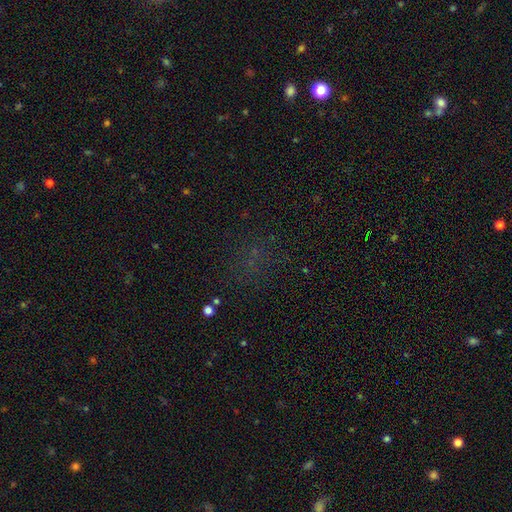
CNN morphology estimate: Smooth or featured: star or artifact — 52% (smooth — 35%)